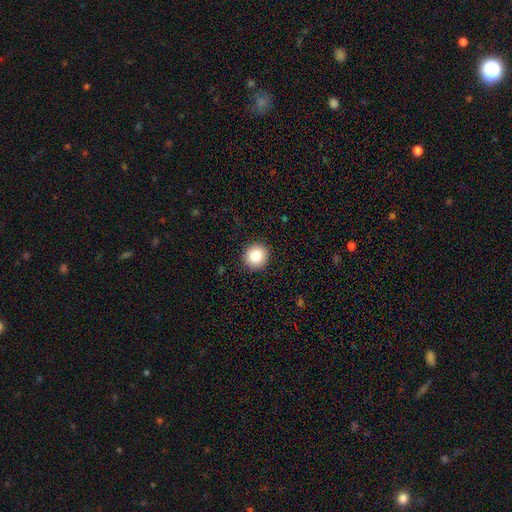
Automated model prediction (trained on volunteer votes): Smooth or featured: smooth — 86% (star or artifact — 9%)
How rounded: round — 89% (in between — 10%)
Merging: none — 92% (minor disturbance — 6%)